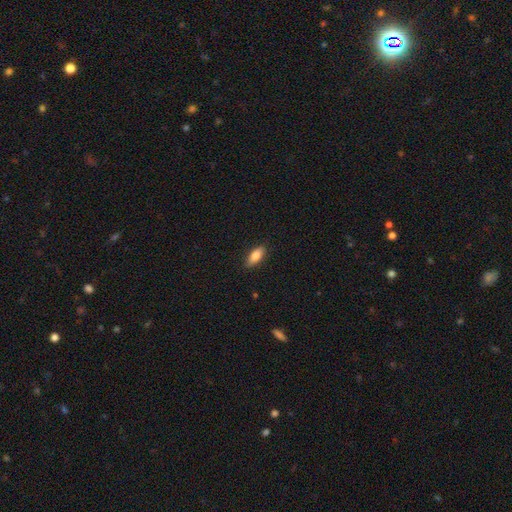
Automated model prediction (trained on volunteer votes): Smooth or featured?
  - smooth: 79% *
  - featured or disk: 14%
  - star or artifact: 7%
How rounded?
  - in between: 75% *
  - cigar-shaped: 22%
  - round: 3%
Merging?
  - none: 87% *
  - minor disturbance: 10%
  - major disturbance: 2%
  - merger: 1%